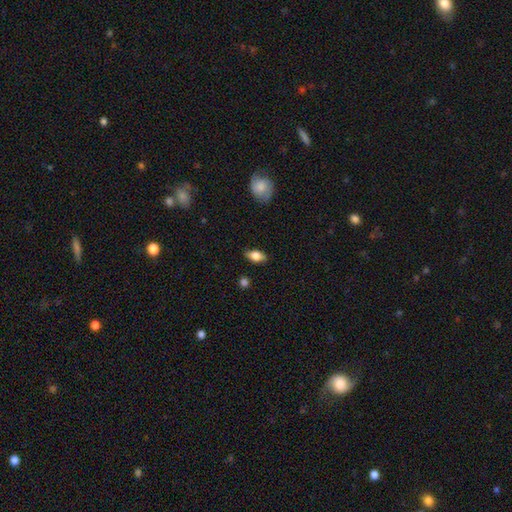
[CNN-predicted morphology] Q: Smooth or featured?
A: smooth (73%); runner-up: featured or disk (19%)
Q: How rounded?
A: in between (85%); runner-up: cigar-shaped (9%)
Q: Merging?
A: none (84%); runner-up: minor disturbance (12%)